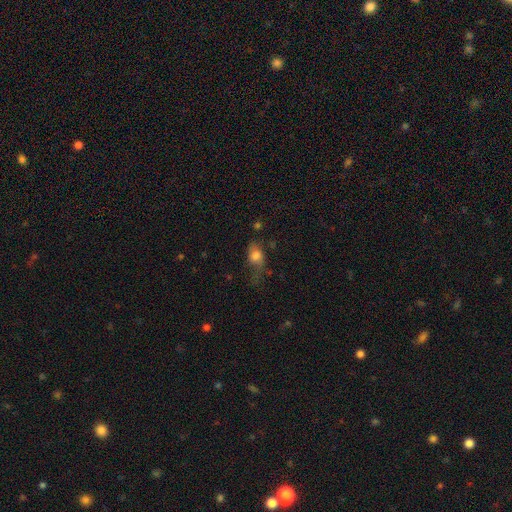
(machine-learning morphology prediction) Smooth or featured?
  - smooth: 68% *
  - featured or disk: 22%
  - star or artifact: 11%
How rounded?
  - in between: 67% *
  - round: 28%
  - cigar-shaped: 6%
Merging?
  - none: 39% *
  - minor disturbance: 29%
  - major disturbance: 29%
  - merger: 4%